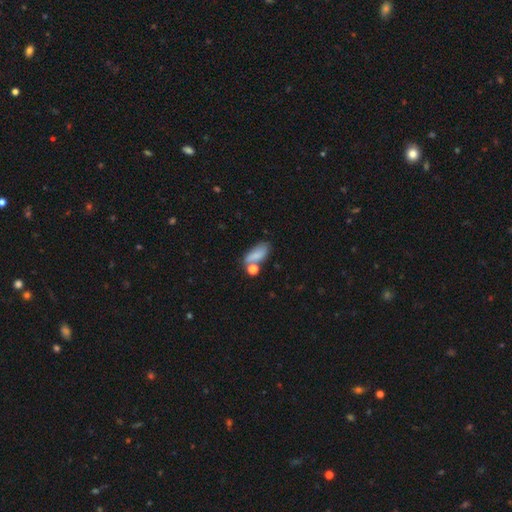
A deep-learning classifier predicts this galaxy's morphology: smooth-or-featured: smooth: 77% | featured or disk: 13% | star or artifact: 10%
  how-rounded: in between: 78% | cigar-shaped: 15% | round: 7%
  merging: none: 46% | merger: 24% | minor disturbance: 20% | major disturbance: 10%